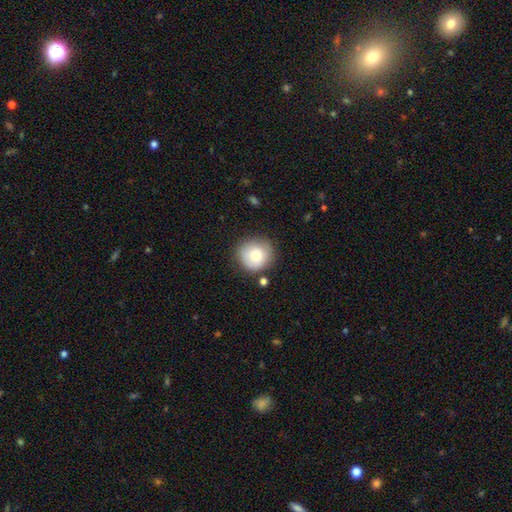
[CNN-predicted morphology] Smooth or featured?
  - smooth: 76% *
  - featured or disk: 15%
  - star or artifact: 9%
How rounded?
  - round: 91% *
  - in between: 8%
  - cigar-shaped: 1%
Merging?
  - none: 77% *
  - minor disturbance: 15%
  - merger: 4%
  - major disturbance: 4%